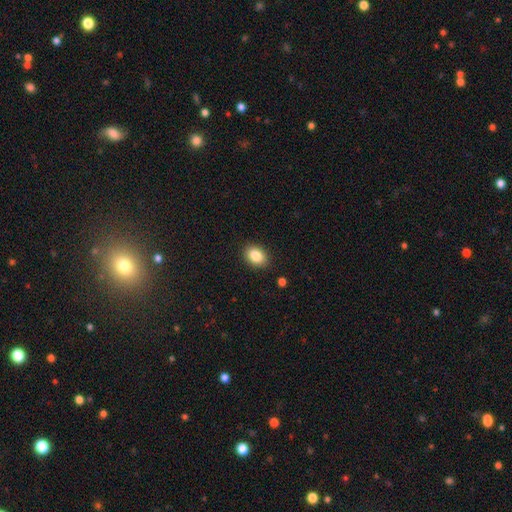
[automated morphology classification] Smooth or featured? smooth (86%)
How rounded? in between (76%)
Merging? none (89%)